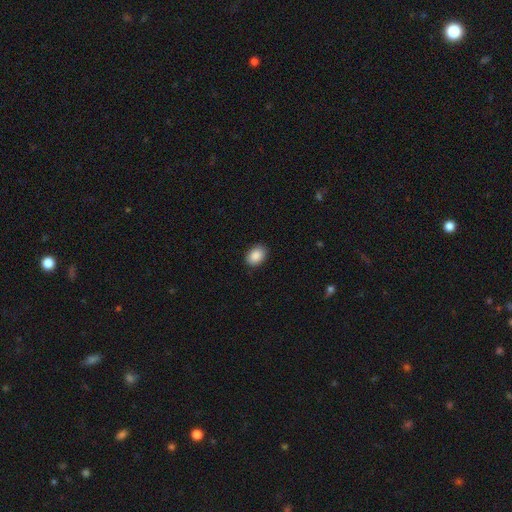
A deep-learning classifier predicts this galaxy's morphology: smooth_or_featured: smooth (p=0.89) [alt: star or artifact p=0.08]
how_rounded: in between (p=0.77) [alt: round p=0.22]
merging: none (p=0.88) [alt: minor disturbance p=0.09]